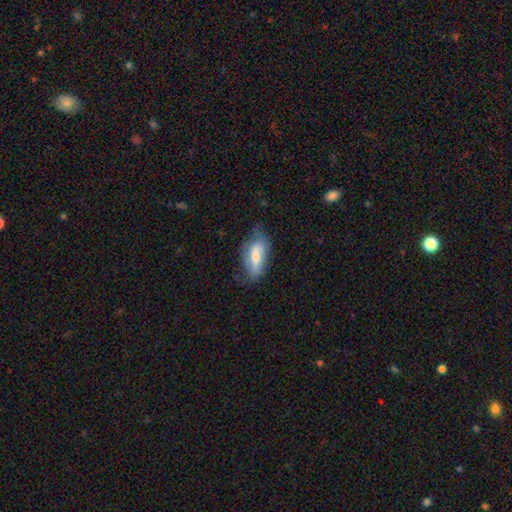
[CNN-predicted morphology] smooth_or_featured: smooth (p=0.56) [alt: featured or disk p=0.37]
how_rounded: in between (p=0.79) [alt: cigar-shaped p=0.18]
merging: none (p=0.55) [alt: minor disturbance p=0.31]